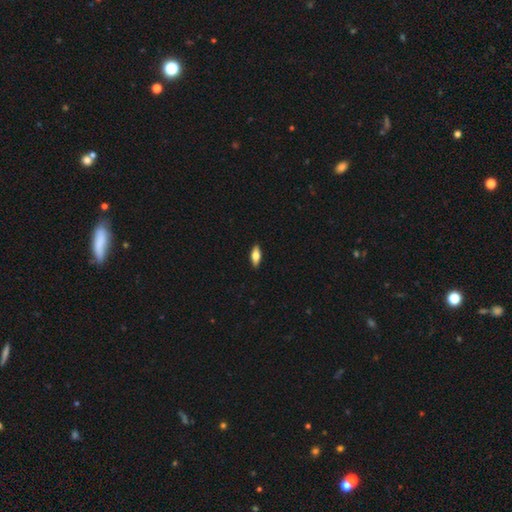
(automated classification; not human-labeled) Smooth or featured? smooth (68%)
How rounded? in between (71%)
Merging? none (90%)